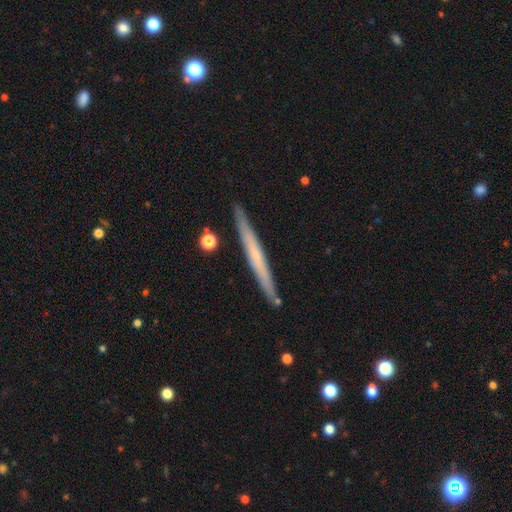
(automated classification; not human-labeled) The model was most divided on "smooth or featured": featured or disk: 53%, smooth: 41%, star or artifact: 6%. More confident: edge-on disk — yes (96%); merging — none (90%); edge-on bulge — none (76%).